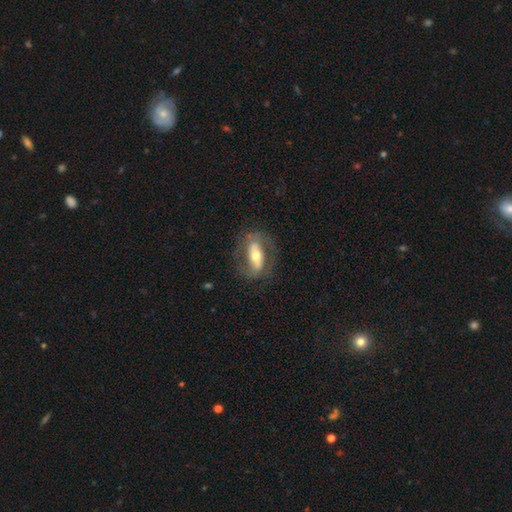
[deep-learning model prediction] Morphology: type=featured or disk (64%); edge-on=no (86%); bar=strong (51%); spiral arms=yes (66%); bulge=moderate (60%); merging=none (72%).